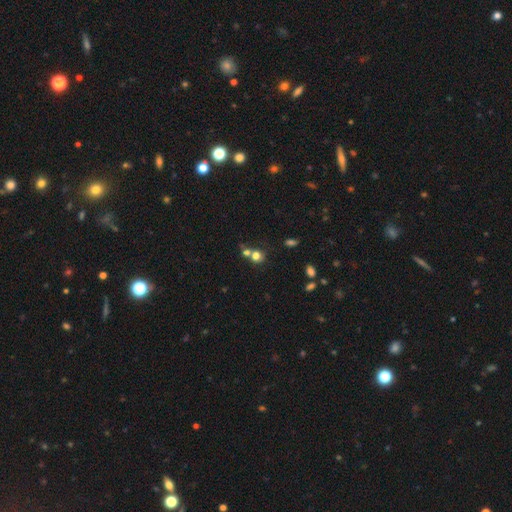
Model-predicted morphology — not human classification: type=smooth (74%); roundness=round (81%); merging=none (46%).